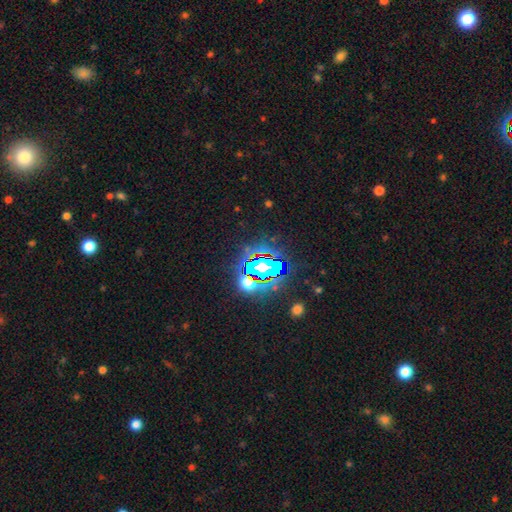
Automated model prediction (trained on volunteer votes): Smooth or featured? star or artifact (82%)